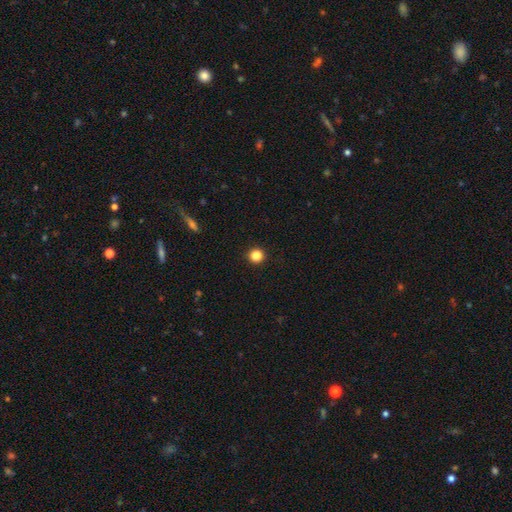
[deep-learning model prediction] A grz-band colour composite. It shows a smooth galaxy with no disk features (85%) that is round (94%). Merging: none (93%).